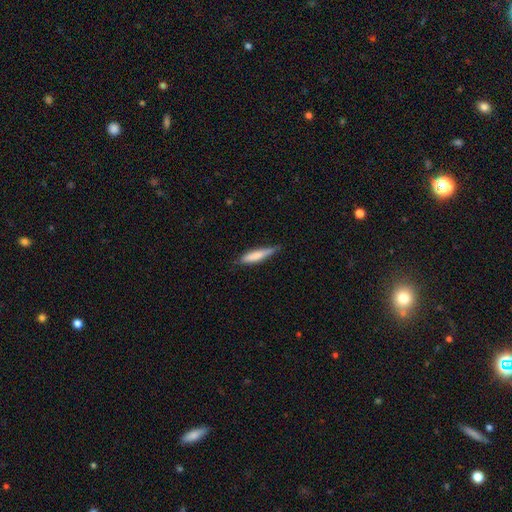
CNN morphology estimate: A smooth galaxy with no disk features (73%) that is cigar-shaped (84%).

Vote fractions:
- Smooth or featured? smooth: 73% / featured or disk: 21% / star or artifact: 6%
- How rounded? cigar-shaped: 84% / in between: 14% / round: 1%
- Merging? none: 69% / minor disturbance: 26% / major disturbance: 4% / merger: 1%